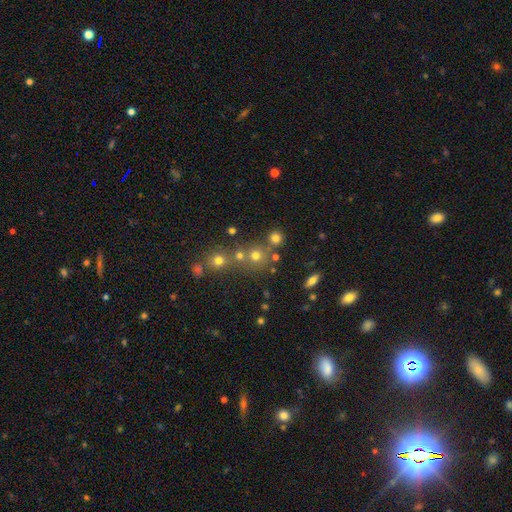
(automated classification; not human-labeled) Smooth or featured? smooth (66%)
How rounded? round (87%)
Merging? none (60%)